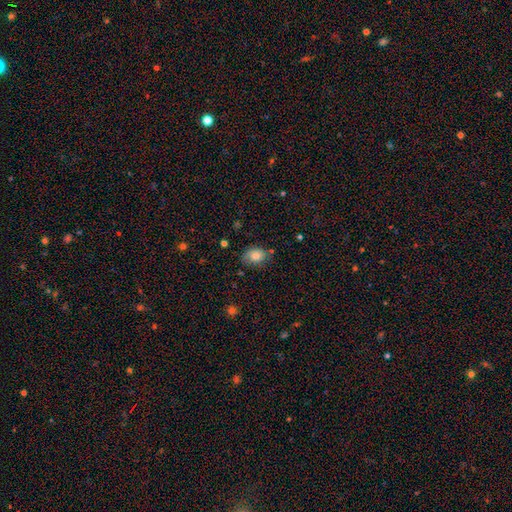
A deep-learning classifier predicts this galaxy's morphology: A smooth galaxy with no disk features (82%) that is in between round and cigar-shaped (70%). Merging: none (76%).